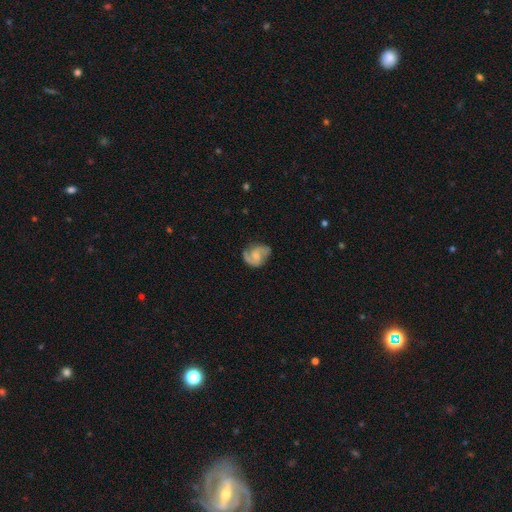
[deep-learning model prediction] Smooth or featured? featured or disk (80%)
Edge-on disk? no (98%)
Bar? no (47%)
Spiral arms? yes (96%)
Spiral winding? medium (52%)
Spiral arm count? 2 (87%)
Bulge size? small (40%)
Merging? none (71%)